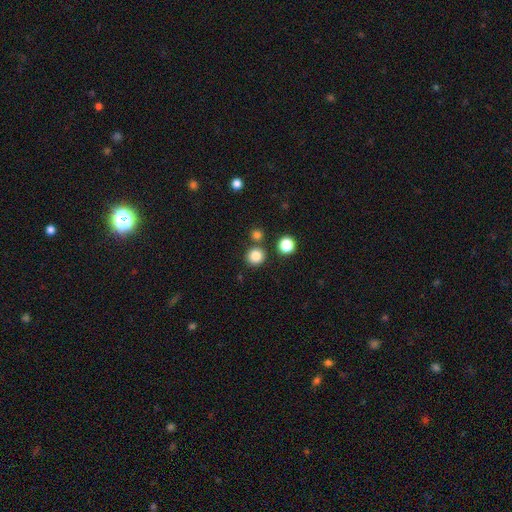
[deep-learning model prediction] Q: Smooth or featured?
A: smooth (84%); runner-up: star or artifact (12%)
Q: How rounded?
A: round (92%); runner-up: in between (7%)
Q: Merging?
A: none (81%); runner-up: merger (10%)